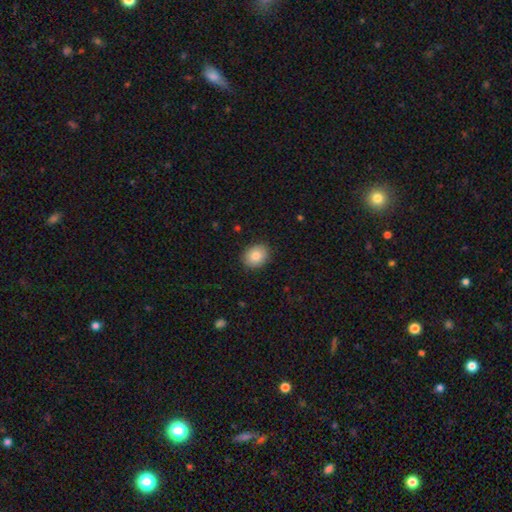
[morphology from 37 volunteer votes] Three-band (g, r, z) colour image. It shows a smooth galaxy with no disk features (86%) that is round (59%). Merging: none (91%).